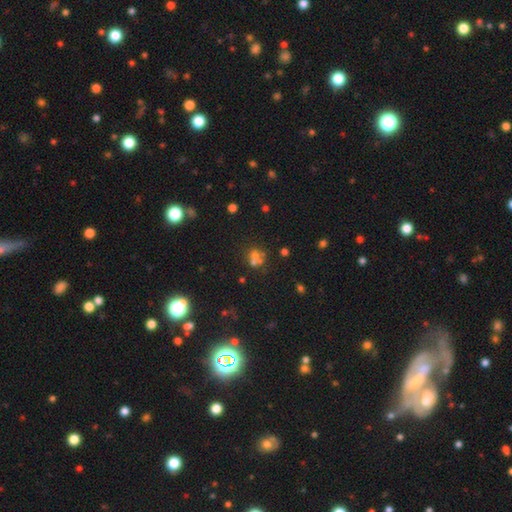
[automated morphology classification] A smooth galaxy with no disk features (44%).

Vote fractions:
- Smooth or featured? smooth: 44% / star or artifact: 38% / featured or disk: 18%
- Merging? none: 48% / merger: 37% / minor disturbance: 9% / major disturbance: 6%